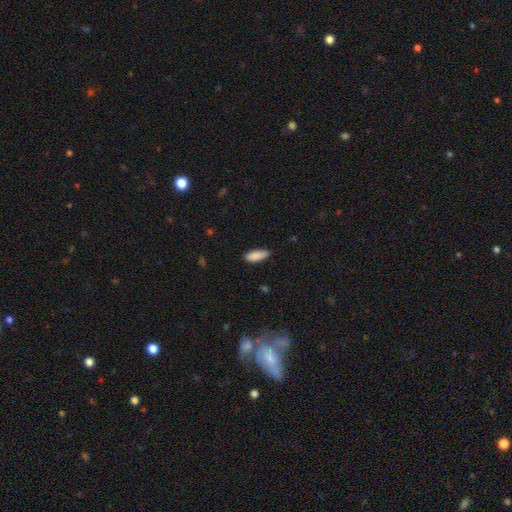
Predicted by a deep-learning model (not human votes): smooth-or-featured: smooth: 89% | star or artifact: 6% | featured or disk: 5%
  how-rounded: in between: 70% | cigar-shaped: 28% | round: 2%
  merging: none: 81% | minor disturbance: 16% | major disturbance: 2% | merger: 1%